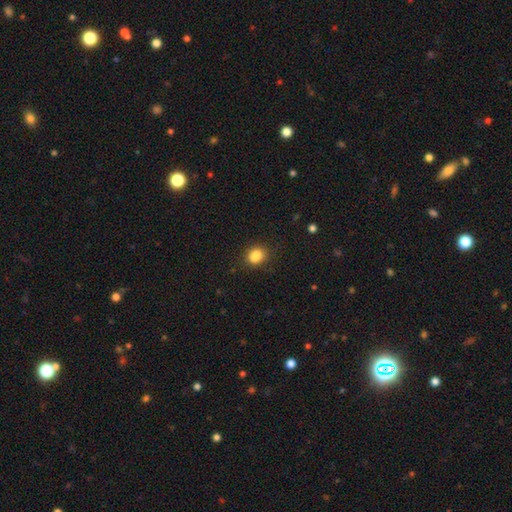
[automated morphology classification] This appears to be a smooth galaxy with no disk features (85%) that is in between round and cigar-shaped (58%). Merging: none (78%).